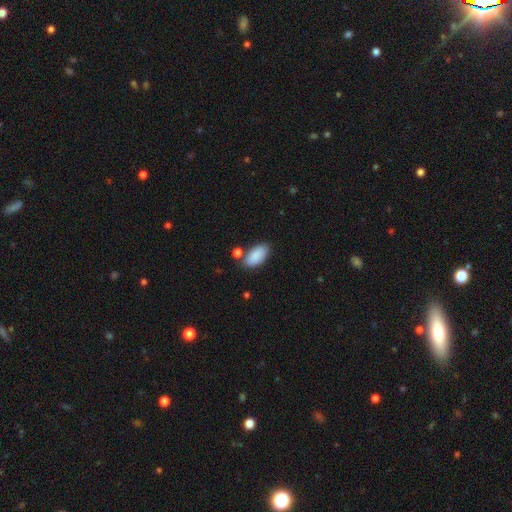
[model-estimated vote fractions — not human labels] This is clearly a smooth galaxy (89%). How rounded: clearly in between (94%). Merging: likely none (71%).